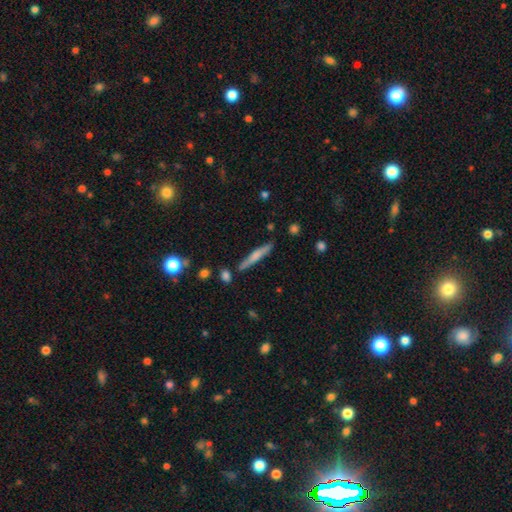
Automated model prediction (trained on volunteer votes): Morphology: type=smooth (53%); roundness=cigar-shaped (93%); merging=none (84%).